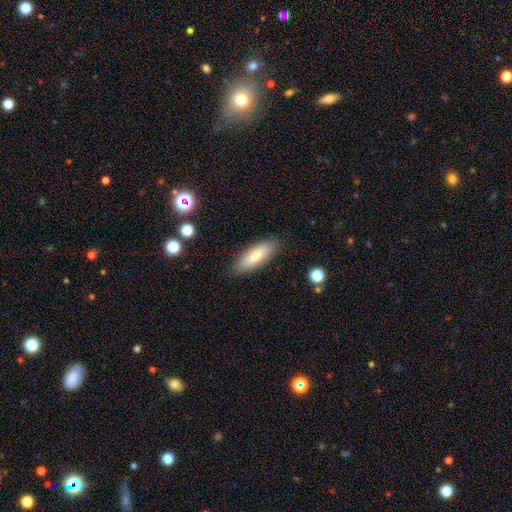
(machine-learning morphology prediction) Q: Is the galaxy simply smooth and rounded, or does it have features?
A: smooth — 74%.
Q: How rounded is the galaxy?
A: in between — 69%.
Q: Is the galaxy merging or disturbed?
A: none — 87%.